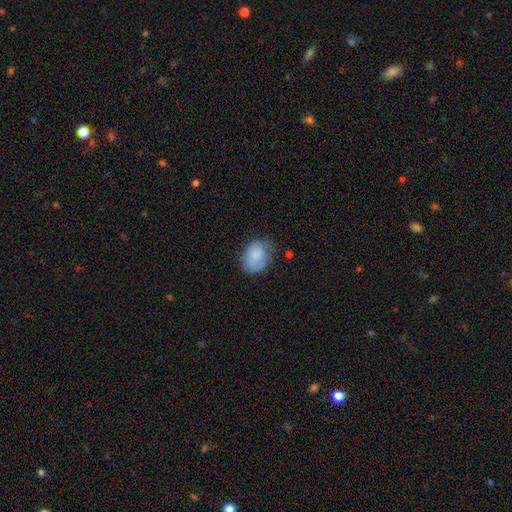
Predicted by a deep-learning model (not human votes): Smooth or featured?
  - smooth: 81% *
  - featured or disk: 12%
  - star or artifact: 7%
How rounded?
  - in between: 66% *
  - round: 33%
  - cigar-shaped: 1%
Merging?
  - none: 56% *
  - minor disturbance: 31%
  - major disturbance: 11%
  - merger: 2%